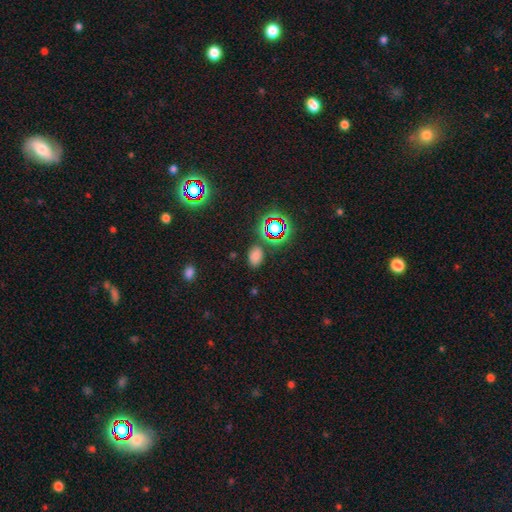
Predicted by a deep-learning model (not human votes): Smooth or featured: smooth — 69% (star or artifact — 26%)
How rounded: in between — 84% (round — 15%)
Merging: none — 82% (minor disturbance — 11%)